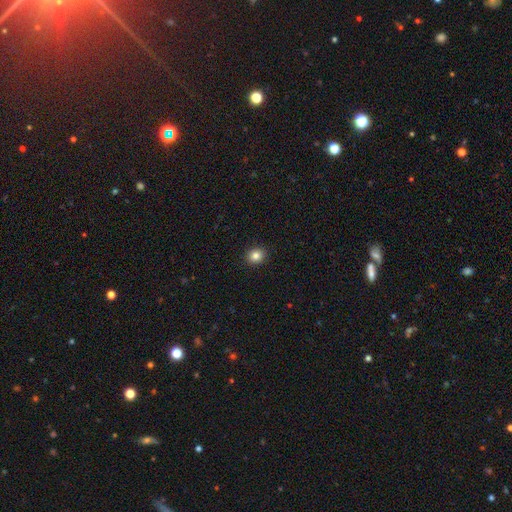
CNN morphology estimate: This appears to be a smooth galaxy with no disk features (83%) that is round (68%). Merging: none (92%).